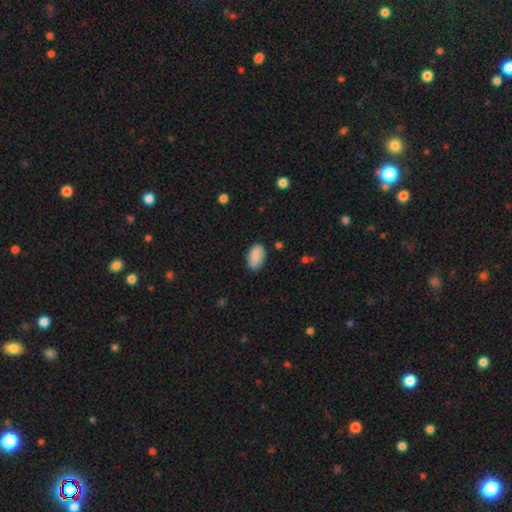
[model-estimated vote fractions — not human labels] Smooth or featured: smooth — 83% (featured or disk — 11%)
How rounded: in between — 92% (round — 6%)
Merging: none — 82% (minor disturbance — 14%)